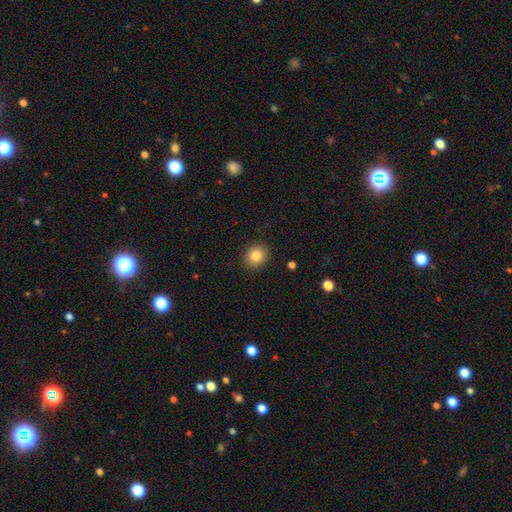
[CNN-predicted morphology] Overall: smooth (83%). How rounded: round (81%). Merging: none (91%).